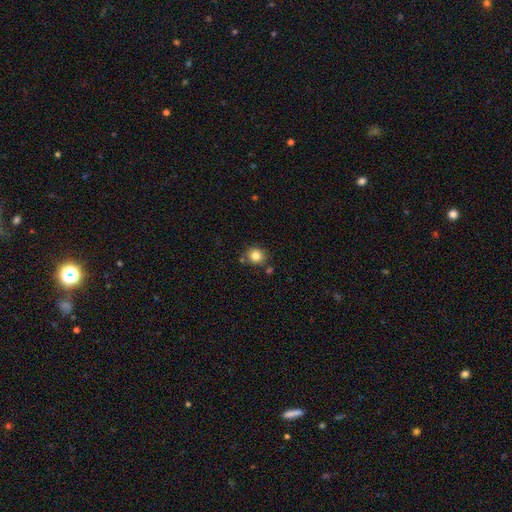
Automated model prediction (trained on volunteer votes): The model was most divided on "merging": none: 77%, minor disturbance: 12%, merger: 8%, major disturbance: 3%. More confident: smooth or featured — smooth (83%); how rounded — round (82%).